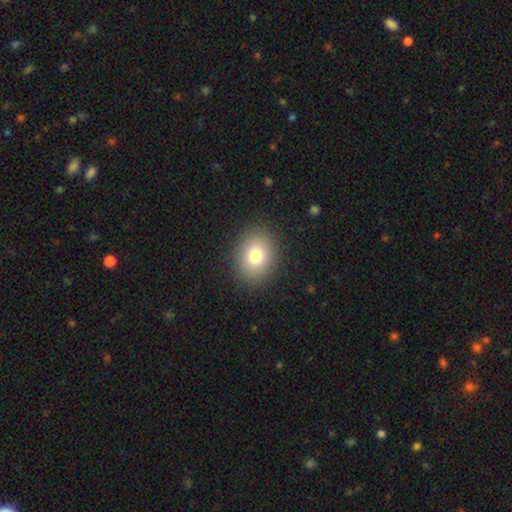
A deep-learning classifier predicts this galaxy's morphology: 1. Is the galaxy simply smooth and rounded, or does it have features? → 78% smooth, 12% star or artifact, 11% featured or disk.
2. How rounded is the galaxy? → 57% round, 43% in between, 1% cigar-shaped.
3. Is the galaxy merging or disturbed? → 89% none, 7% minor disturbance, 3% major disturbance, 1% merger.